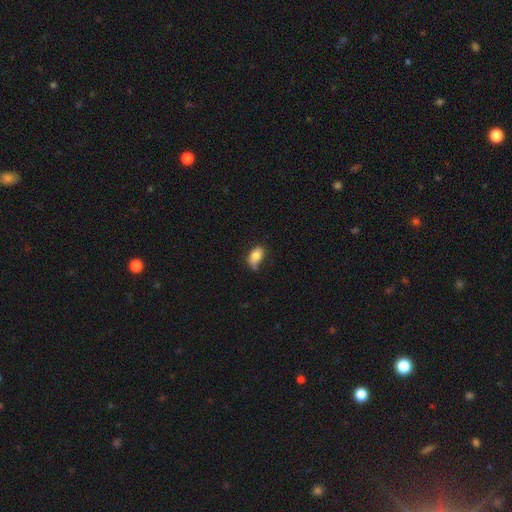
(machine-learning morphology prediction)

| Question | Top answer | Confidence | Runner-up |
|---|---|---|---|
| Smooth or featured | smooth | 80% | featured or disk (12%) |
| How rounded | in between | 90% | round (7%) |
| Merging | none | 44% | minor disturbance (39%) |